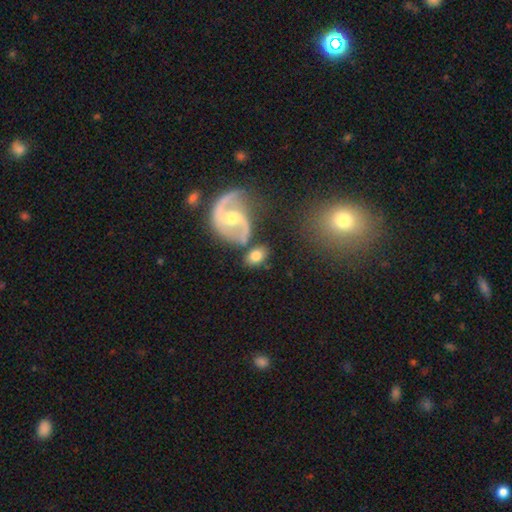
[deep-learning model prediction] Smooth or featured? smooth (63%)
How rounded? in between (76%)
Merging? none (61%)